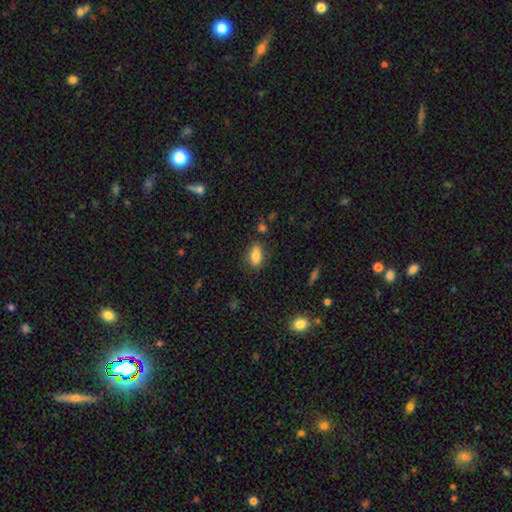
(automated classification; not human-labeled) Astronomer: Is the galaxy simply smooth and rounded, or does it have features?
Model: smooth — 80%.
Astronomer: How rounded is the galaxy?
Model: in between — 88%.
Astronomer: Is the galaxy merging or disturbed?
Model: none — 82%.